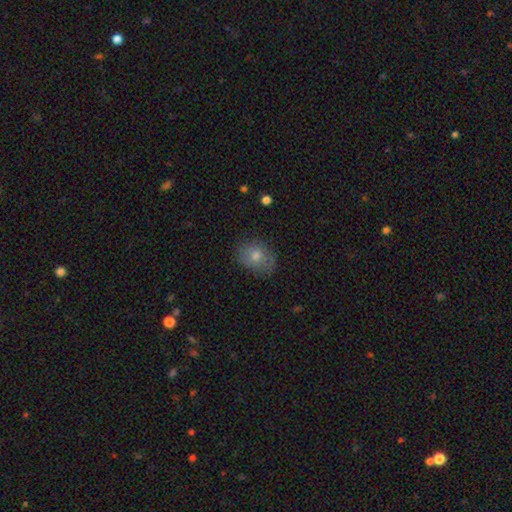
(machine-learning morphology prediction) A smooth galaxy with no disk features (72%) that is in between round and cigar-shaped (59%).

Vote fractions:
- Smooth or featured? smooth: 72% / featured or disk: 16% / star or artifact: 12%
- How rounded? in between: 59% / round: 40% / cigar-shaped: 1%
- Merging? none: 78% / minor disturbance: 17% / major disturbance: 4% / merger: 1%